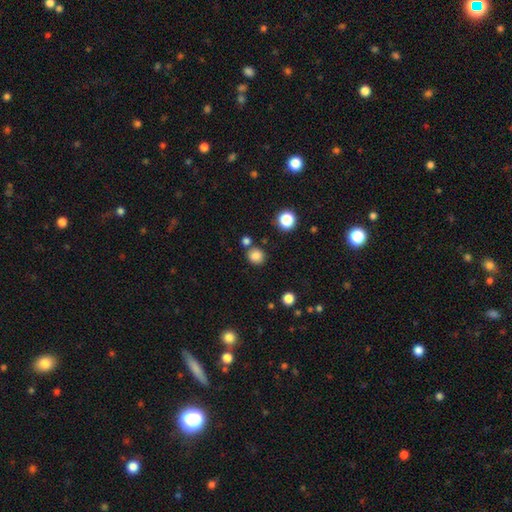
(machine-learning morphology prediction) A smooth galaxy with no disk features (82%) that is round (83%).

Vote fractions:
- Smooth or featured? smooth: 82% / star or artifact: 12% / featured or disk: 5%
- How rounded? round: 83% / in between: 16% / cigar-shaped: 1%
- Merging? none: 78% / merger: 10% / minor disturbance: 9% / major disturbance: 3%